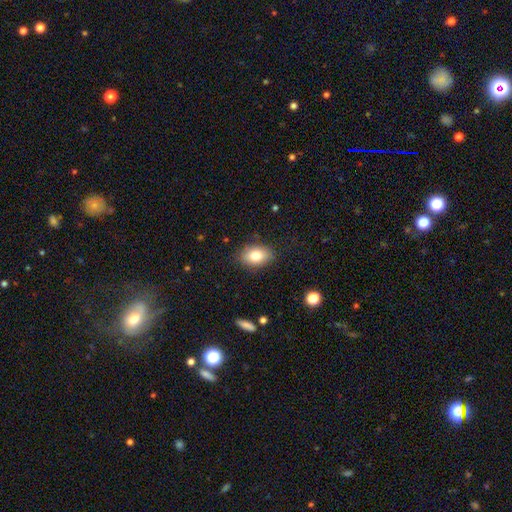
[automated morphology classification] A smooth galaxy with no disk features (80%) that is in between round and cigar-shaped (83%). Merging: none (84%).